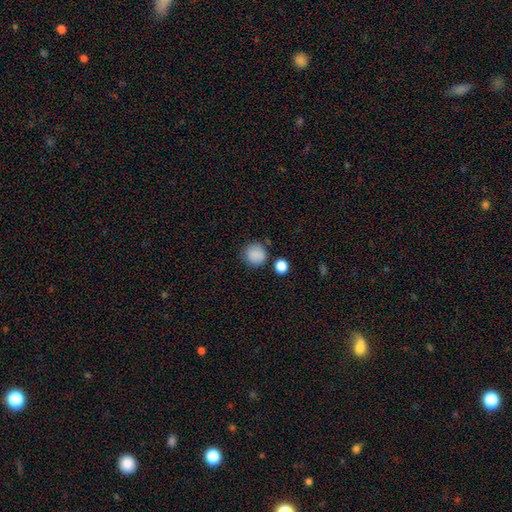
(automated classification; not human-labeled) Q: Smooth or featured?
A: smooth (86%); runner-up: star or artifact (10%)
Q: How rounded?
A: round (90%); runner-up: in between (9%)
Q: Merging?
A: none (80%); runner-up: minor disturbance (11%)